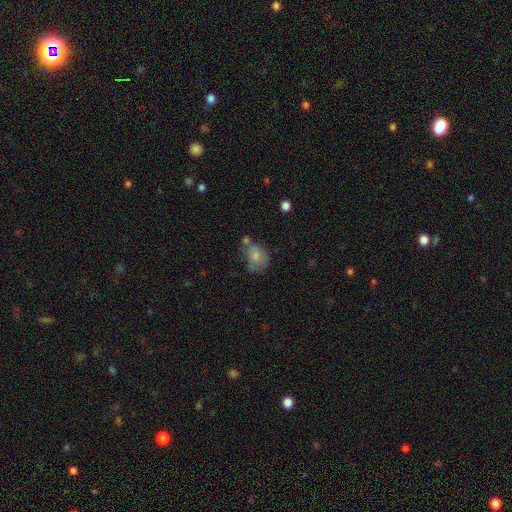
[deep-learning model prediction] Smooth or featured: smooth — 71% (featured or disk — 19%)
How rounded: in between — 61% (round — 37%)
Merging: none — 35% (minor disturbance — 25%)